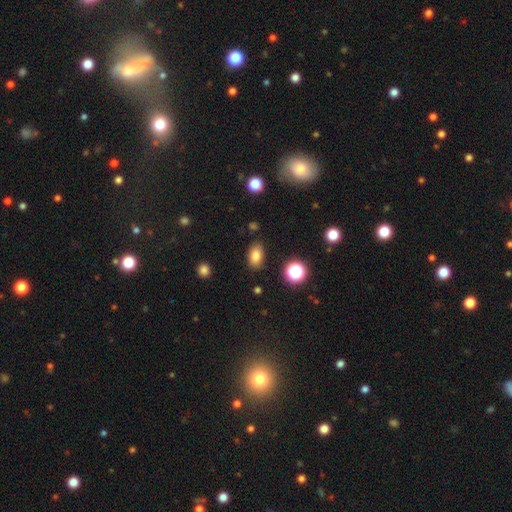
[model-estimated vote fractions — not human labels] smooth-or-featured: smooth: 81% | star or artifact: 12% | featured or disk: 7%
  how-rounded: in between: 86% | round: 12% | cigar-shaped: 2%
  merging: none: 85% | minor disturbance: 10% | major disturbance: 3% | merger: 2%